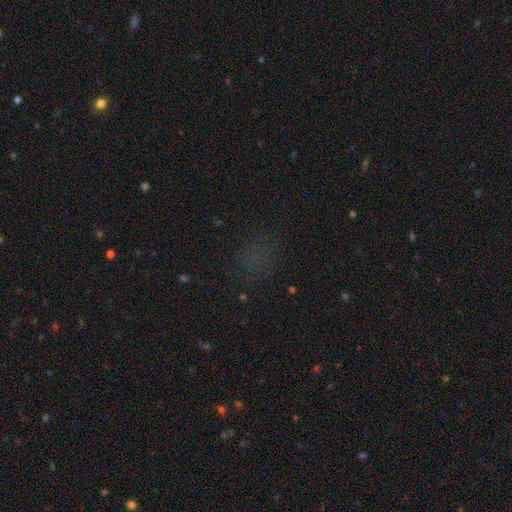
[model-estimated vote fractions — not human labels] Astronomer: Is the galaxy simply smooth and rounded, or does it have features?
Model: star or artifact — 45%, tied with smooth at 45%.